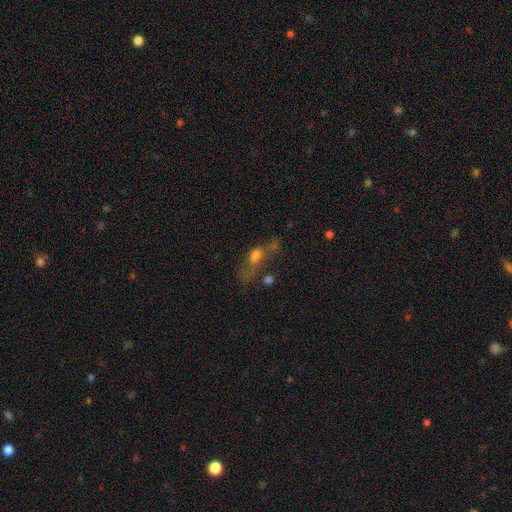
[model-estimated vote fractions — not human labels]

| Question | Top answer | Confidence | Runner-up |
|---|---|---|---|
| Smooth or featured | smooth | 52% | featured or disk (28%) |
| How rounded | in between | 63% | cigar-shaped (22%) |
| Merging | merger | 30% | none (29%) |